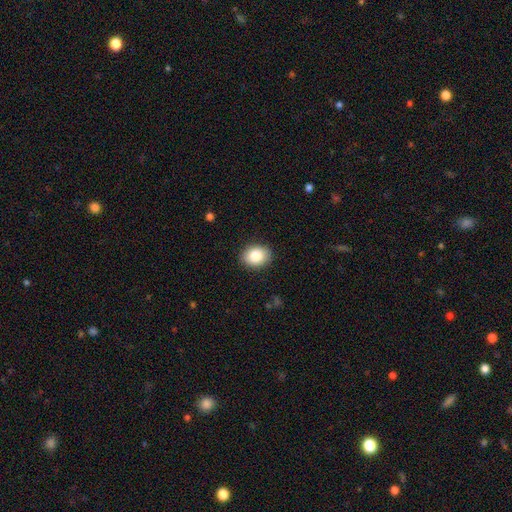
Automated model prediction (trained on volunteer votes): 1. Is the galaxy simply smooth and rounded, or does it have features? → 86% smooth, 7% star or artifact, 6% featured or disk.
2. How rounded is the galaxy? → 65% in between, 34% round, 1% cigar-shaped.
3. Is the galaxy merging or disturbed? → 89% none, 8% minor disturbance, 2% major disturbance, 1% merger.